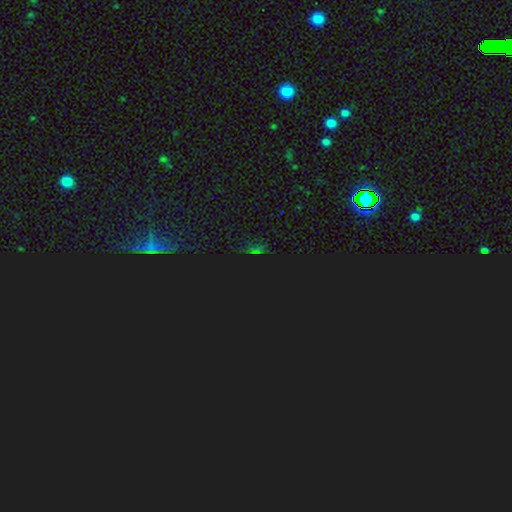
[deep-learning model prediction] Smooth or featured? star or artifact (74%)